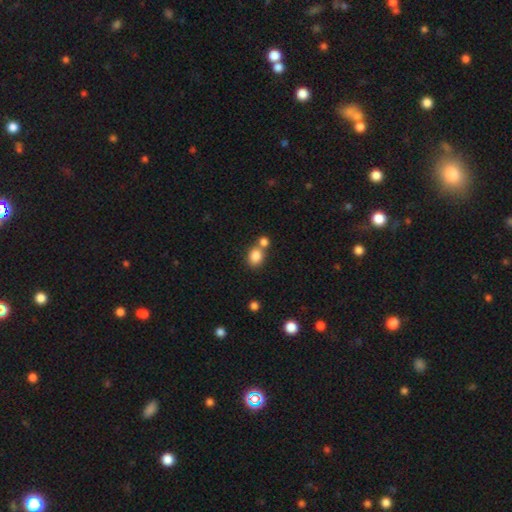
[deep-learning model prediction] Smooth or featured? smooth (84%)
How rounded? round (50%)
Merging? none (54%)